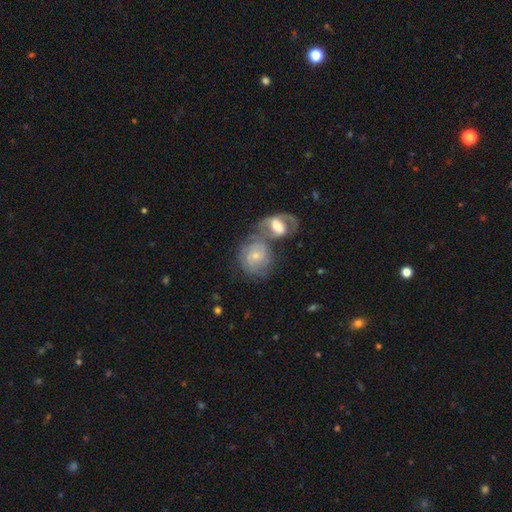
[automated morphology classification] This is likely a featured or disk galaxy (74%). It is clearly not viewed edge-on (97%). Bar: likely no (61%). Spiral arm pattern: clearly yes (91%). Spiral arm count: marginally 2 (43%). Spiral winding: possibly tight (57%). Central bulge: possibly small (58%). Merging: possibly merger (54%).